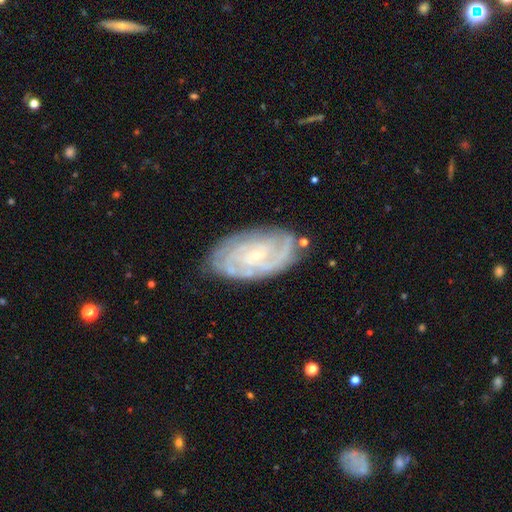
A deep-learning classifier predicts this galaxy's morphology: featured or disk 85%, smooth 9%, star or artifact 6%. Down the decision tree: edge-on disk — no (96%); bar — no (67%); spiral arms — yes (96%); spiral arm count — can't tell (32%); spiral winding — tight (76%); bulge size — small (85%); merging — none (77%).